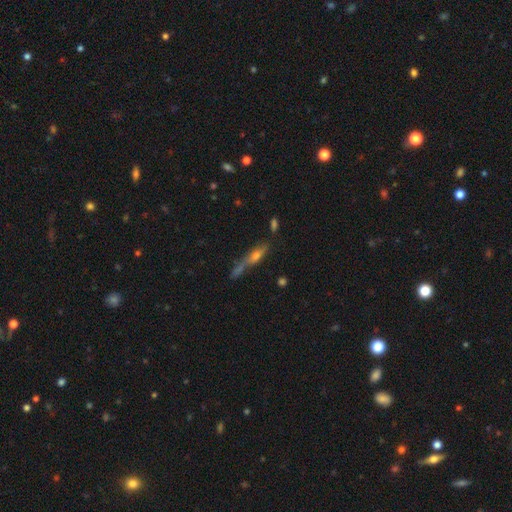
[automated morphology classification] A smooth galaxy with no disk features (45%).

Vote fractions:
- Smooth or featured? smooth: 45% / featured or disk: 41% / star or artifact: 13%
- Merging? none: 47% / merger: 27% / minor disturbance: 16% / major disturbance: 10%